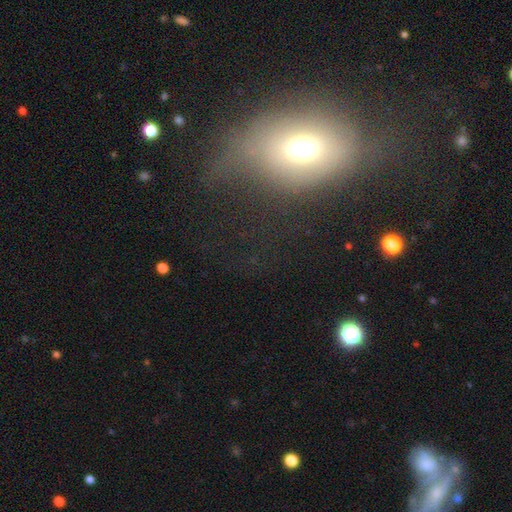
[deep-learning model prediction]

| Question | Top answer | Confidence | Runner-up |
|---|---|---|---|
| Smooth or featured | smooth | 45% | featured or disk (29%) |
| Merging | none | 43% | major disturbance (31%) |